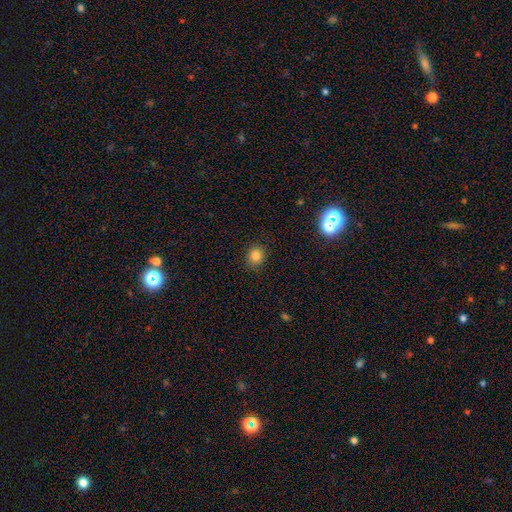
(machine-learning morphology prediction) Q: Smooth or featured?
A: smooth (82%); runner-up: star or artifact (13%)
Q: How rounded?
A: round (69%); runner-up: in between (30%)
Q: Merging?
A: none (88%); runner-up: minor disturbance (8%)